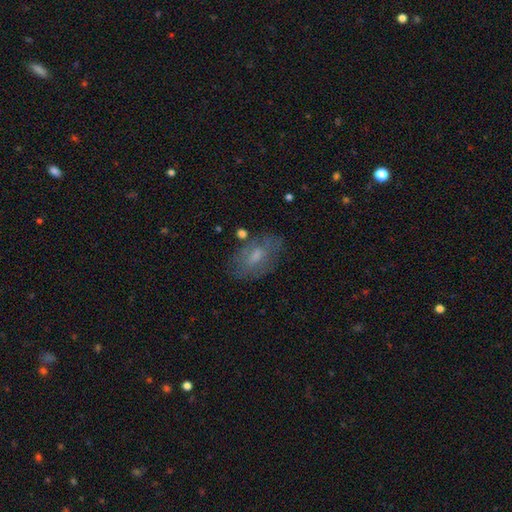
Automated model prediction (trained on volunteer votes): This appears to be a smooth galaxy with no disk features (51%) that is in between round and cigar-shaped (89%). Merging: none (67%).